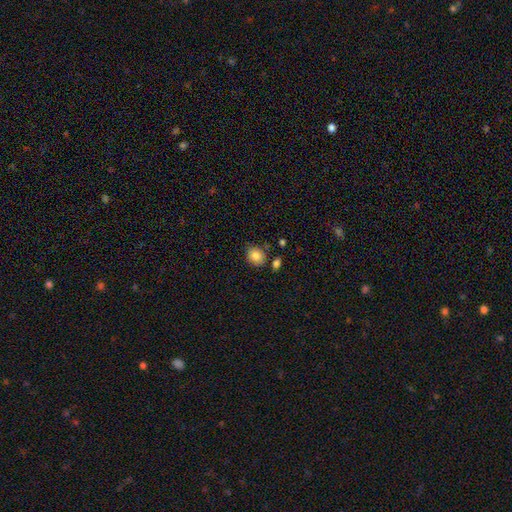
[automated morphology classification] This appears to be a smooth galaxy with no disk features (85%) that is round (60%). Merging: none (77%).